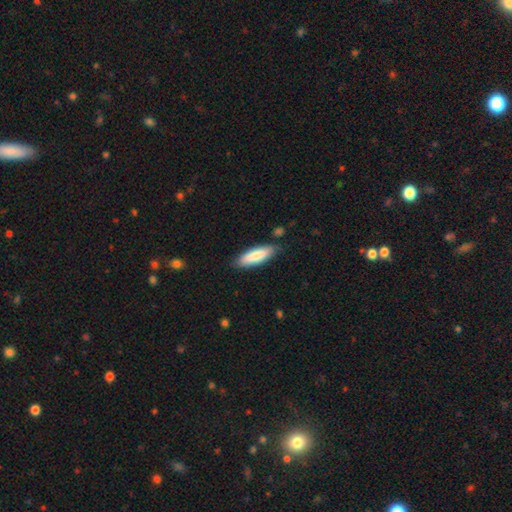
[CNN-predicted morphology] Smooth or featured: smooth — 79% (featured or disk — 15%)
How rounded: in between — 51% (cigar-shaped — 47%)
Merging: none — 81% (minor disturbance — 14%)